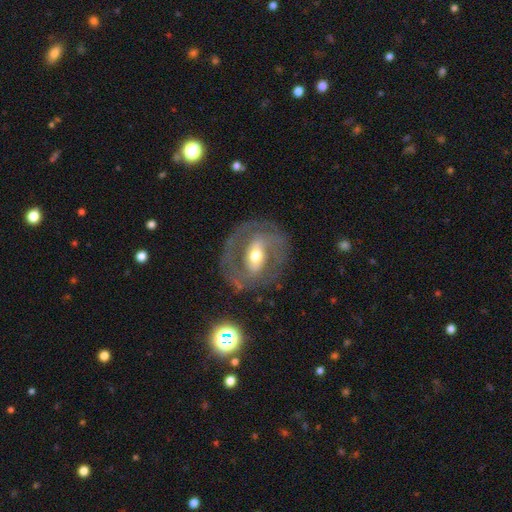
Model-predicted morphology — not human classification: smooth_or_featured: featured or disk (p=0.80) [alt: smooth p=0.15]
disk_edge_on: no (p=0.95) [alt: yes p=0.05]
bar: strong (p=0.47) [alt: weak p=0.35]
has_spiral_arms: yes (p=0.76) [alt: no p=0.24]
spiral_winding: medium (p=0.43) [alt: tight p=0.41]
spiral_arm_count: 2 (p=0.79) [alt: can't tell p=0.11]
bulge_size: moderate (p=0.68) [alt: small p=0.19]
merging: none (p=0.76) [alt: minor disturbance p=0.13]